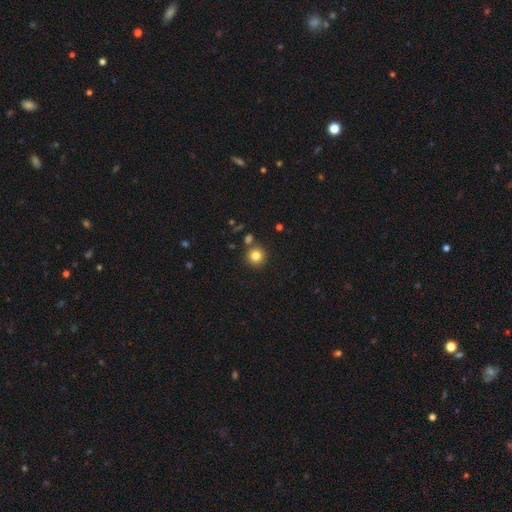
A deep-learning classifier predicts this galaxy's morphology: Smooth or featured? smooth (83%)
How rounded? round (94%)
Merging? none (82%)